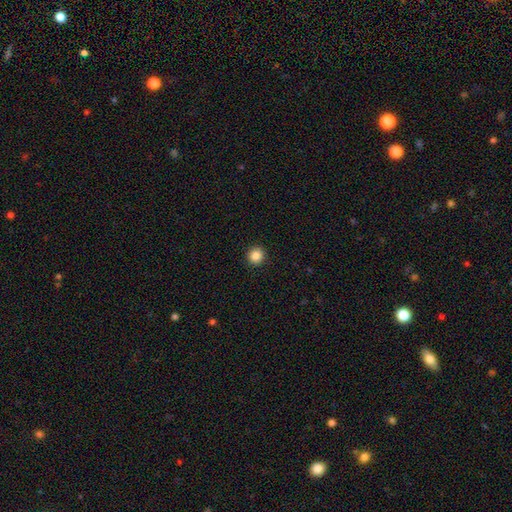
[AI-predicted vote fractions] Q: Smooth or featured?
A: smooth (86%); runner-up: star or artifact (10%)
Q: How rounded?
A: round (93%); runner-up: in between (6%)
Q: Merging?
A: none (93%); runner-up: minor disturbance (5%)